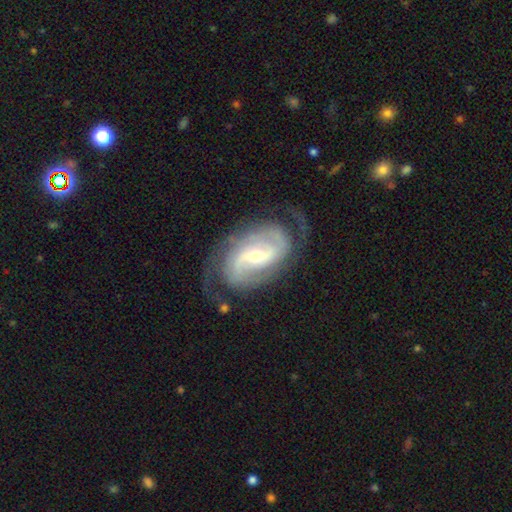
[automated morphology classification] Q: Smooth or featured?
A: featured or disk (88%); runner-up: smooth (7%)
Q: Edge-on disk?
A: no (96%); runner-up: yes (4%)
Q: Bar?
A: weak (44%); runner-up: strong (28%)
Q: Spiral arms?
A: yes (96%); runner-up: no (4%)
Q: Spiral winding?
A: medium (43%); runner-up: tight (37%)
Q: Spiral arm count?
A: 2 (70%); runner-up: can't tell (13%)
Q: Bulge size?
A: moderate (52%); runner-up: small (43%)
Q: Merging?
A: none (67%); runner-up: minor disturbance (19%)